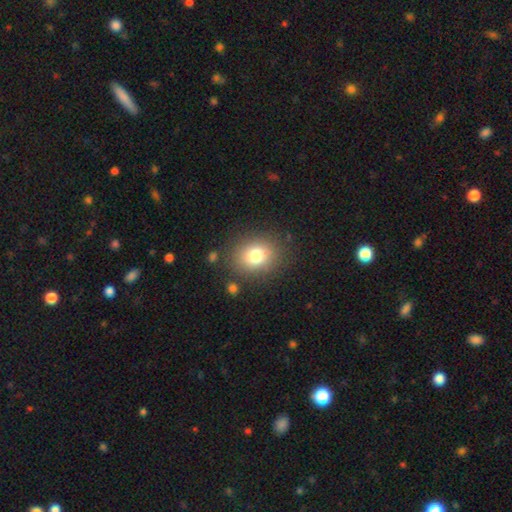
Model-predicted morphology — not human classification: smooth_or_featured: smooth (p=0.77) [alt: star or artifact p=0.12]
how_rounded: round (p=0.59) [alt: in between p=0.40]
merging: none (p=0.83) [alt: minor disturbance p=0.10]